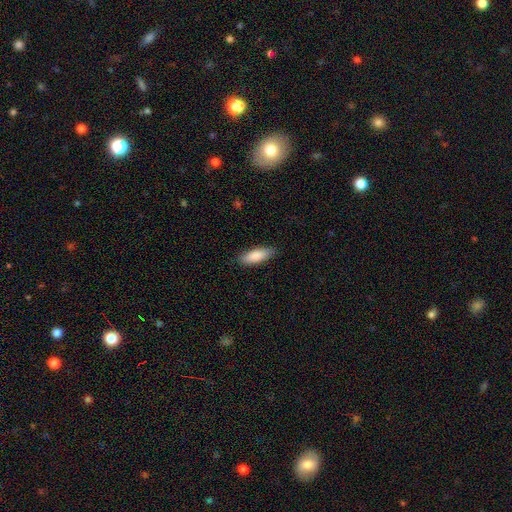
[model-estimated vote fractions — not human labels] smooth-or-featured: smooth: 86% | featured or disk: 8% | star or artifact: 6%
  how-rounded: in between: 61% | cigar-shaped: 37% | round: 2%
  merging: none: 87% | minor disturbance: 10% | major disturbance: 2% | merger: 1%